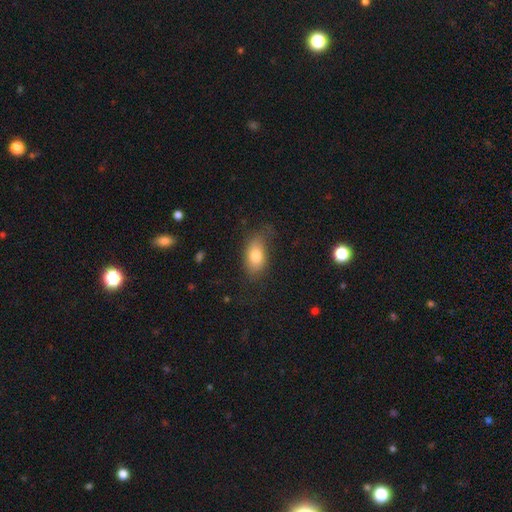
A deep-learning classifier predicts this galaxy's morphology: This appears to be a smooth galaxy with no disk features (78%) that is in between round and cigar-shaped (89%). Merging: none (64%).